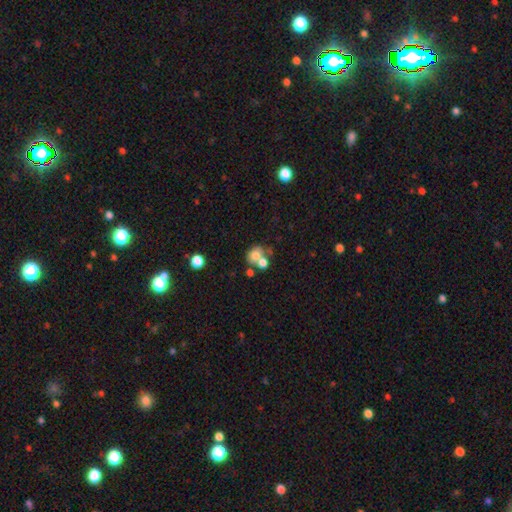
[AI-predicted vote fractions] Smooth or featured? smooth (68%)
How rounded? round (59%)
Merging? merger (50%)